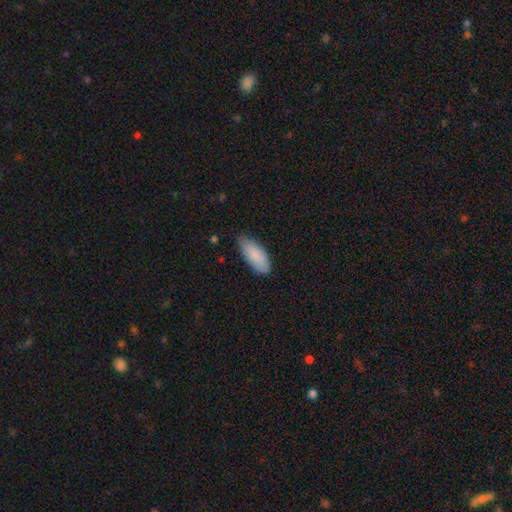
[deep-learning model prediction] Smooth or featured: smooth — 87% (featured or disk — 7%)
How rounded: in between — 84% (cigar-shaped — 15%)
Merging: none — 79% (minor disturbance — 18%)